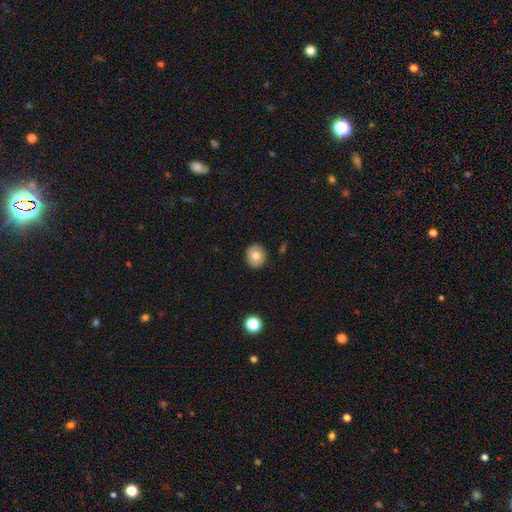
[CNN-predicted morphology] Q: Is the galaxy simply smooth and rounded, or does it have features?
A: smooth — 73%.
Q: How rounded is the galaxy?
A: round — 82%.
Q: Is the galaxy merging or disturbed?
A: none — 89%.